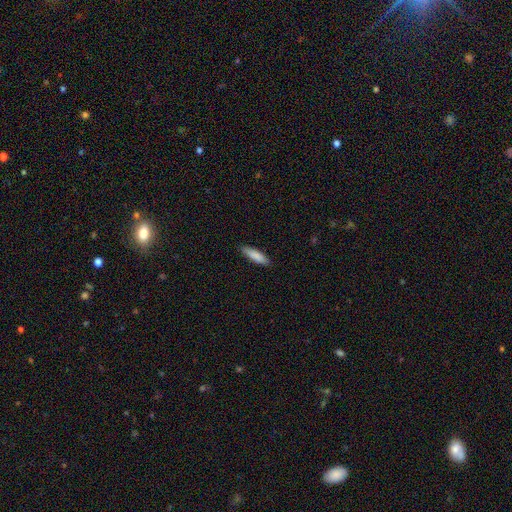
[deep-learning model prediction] Smooth or featured? smooth (86%)
How rounded? cigar-shaped (71%)
Merging? none (88%)